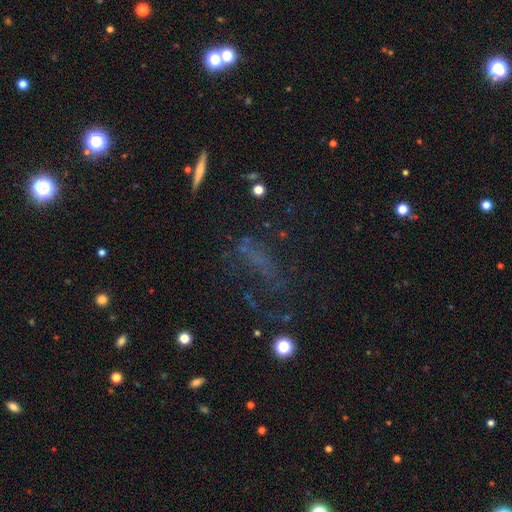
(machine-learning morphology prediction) Smooth or featured?
  - smooth: 34% *
  - star or artifact: 33%
  - featured or disk: 33%
Merging?
  - none: 45% *
  - major disturbance: 32%
  - minor disturbance: 19%
  - merger: 5%